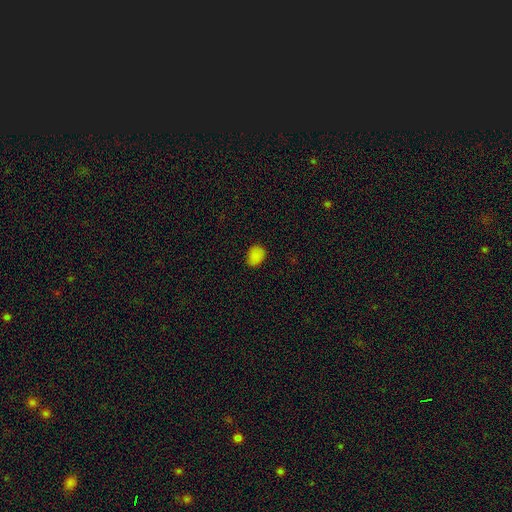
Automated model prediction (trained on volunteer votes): smooth_or_featured: smooth (p=0.83) [alt: star or artifact p=0.13]
how_rounded: in between (p=0.68) [alt: round p=0.31]
merging: none (p=0.83) [alt: minor disturbance p=0.14]